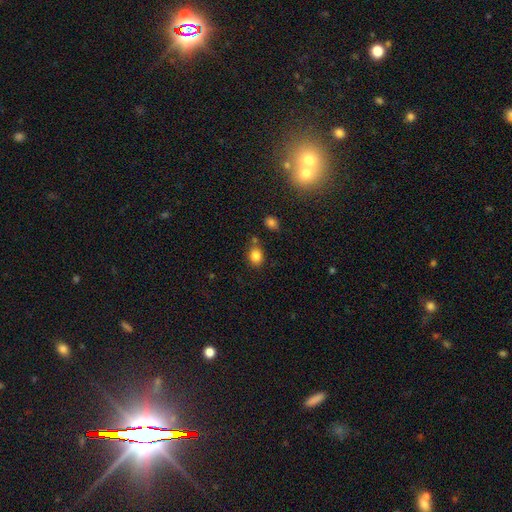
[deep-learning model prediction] Smooth or featured?
  - smooth: 84% *
  - star or artifact: 11%
  - featured or disk: 5%
How rounded?
  - round: 51% *
  - in between: 48%
  - cigar-shaped: 1%
Merging?
  - none: 73% *
  - minor disturbance: 14%
  - merger: 10%
  - major disturbance: 4%